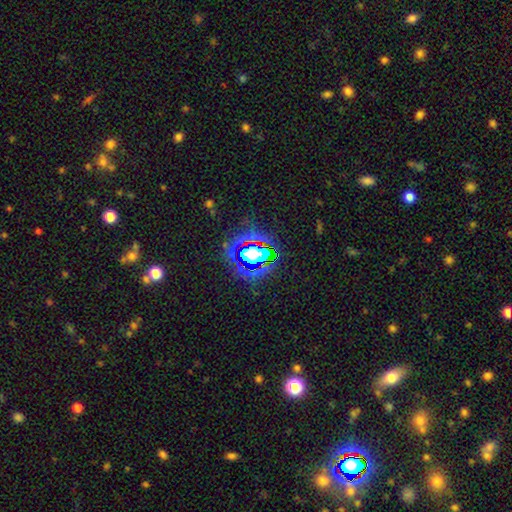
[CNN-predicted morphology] A star or artifact, not a galaxy (67%).